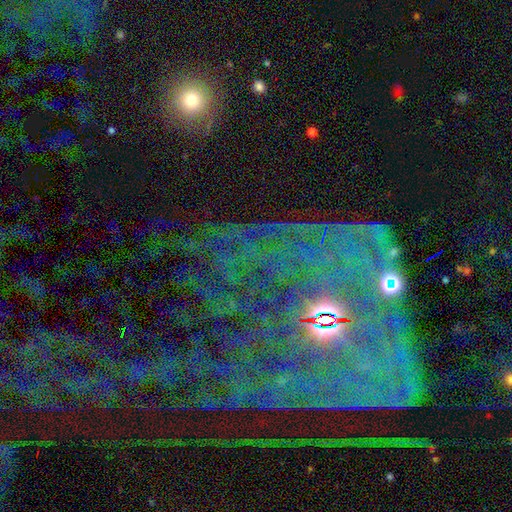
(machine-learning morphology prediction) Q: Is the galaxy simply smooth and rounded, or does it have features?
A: star or artifact — 66%.